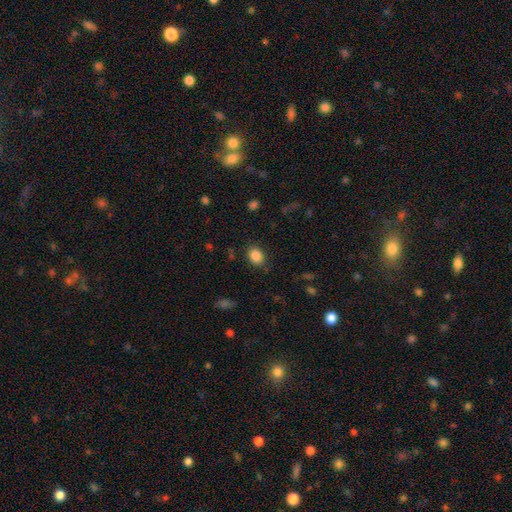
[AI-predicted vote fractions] smooth_or_featured: smooth (p=0.87) [alt: star or artifact p=0.09]
how_rounded: in between (p=0.60) [alt: round p=0.39]
merging: none (p=0.84) [alt: minor disturbance p=0.11]